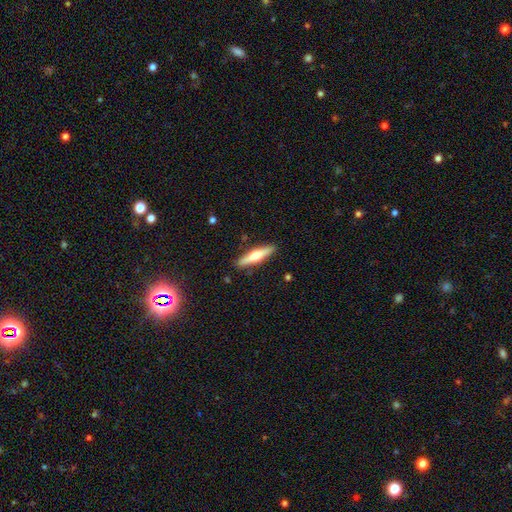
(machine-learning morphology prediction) Smooth or featured: featured or disk — 55% (smooth — 40%)
Edge-on disk: yes — 96% (no — 4%)
Edge-on bulge: rounded — 92% (boxy — 4%)
Merging: none — 89% (minor disturbance — 8%)